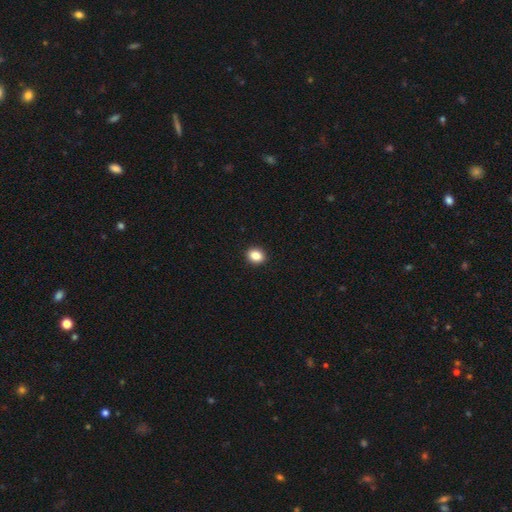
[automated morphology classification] smooth_or_featured: smooth (p=0.87) [alt: star or artifact p=0.09]
how_rounded: round (p=0.59) [alt: in between p=0.40]
merging: none (p=0.92) [alt: minor disturbance p=0.05]